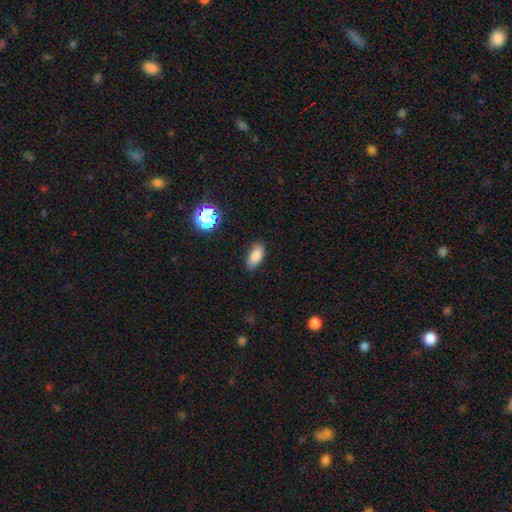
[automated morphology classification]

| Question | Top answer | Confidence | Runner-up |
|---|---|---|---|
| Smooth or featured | smooth | 84% | star or artifact (11%) |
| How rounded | in between | 89% | cigar-shaped (7%) |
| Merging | none | 82% | minor disturbance (14%) |